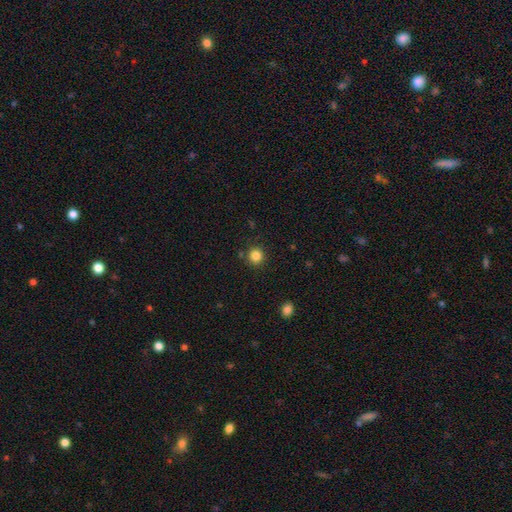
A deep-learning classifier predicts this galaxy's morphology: Smooth or featured: smooth — 84% (star or artifact — 12%)
How rounded: round — 92% (in between — 7%)
Merging: none — 87% (minor disturbance — 7%)